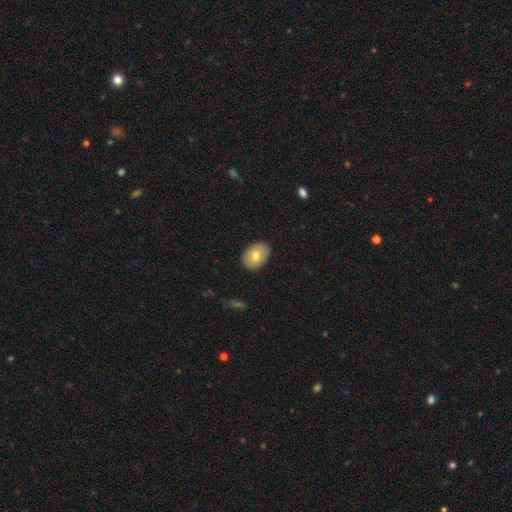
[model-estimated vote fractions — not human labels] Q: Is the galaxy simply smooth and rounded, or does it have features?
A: smooth — 69%.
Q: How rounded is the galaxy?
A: in between — 75%.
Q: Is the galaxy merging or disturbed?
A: none — 87%.